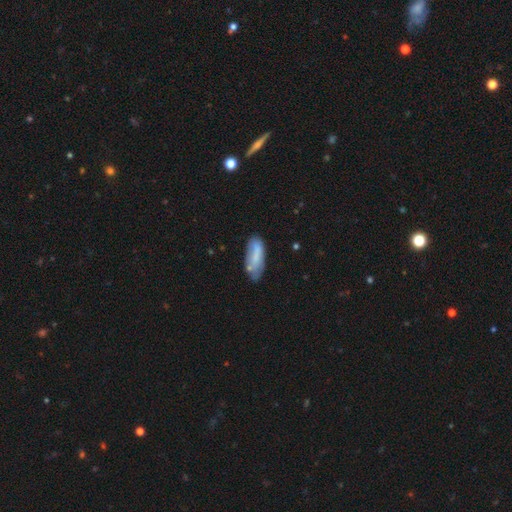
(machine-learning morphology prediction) Q: Smooth or featured?
A: smooth (68%); runner-up: featured or disk (24%)
Q: How rounded?
A: in between (72%); runner-up: cigar-shaped (26%)
Q: Merging?
A: none (59%); runner-up: minor disturbance (28%)